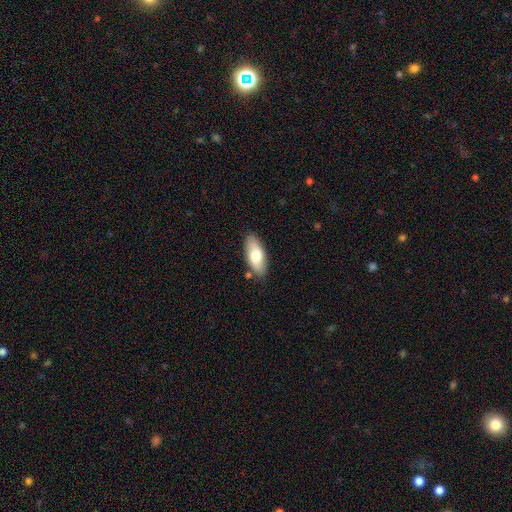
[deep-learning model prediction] A smooth galaxy with no disk features (71%) that is in between round and cigar-shaped (84%).

Vote fractions:
- Smooth or featured? smooth: 71% / featured or disk: 24% / star or artifact: 6%
- How rounded? in between: 84% / cigar-shaped: 13% / round: 2%
- Merging? none: 85% / minor disturbance: 11% / merger: 2% / major disturbance: 2%